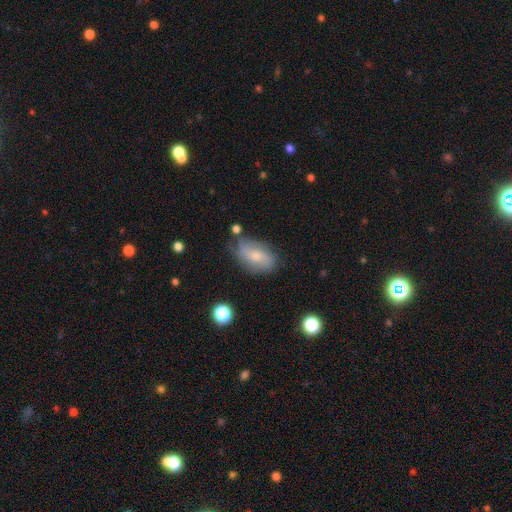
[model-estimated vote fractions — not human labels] A smooth galaxy with no disk features (46%).

Vote fractions:
- Smooth or featured? smooth: 46% / featured or disk: 45% / star or artifact: 8%
- Merging? none: 59% / minor disturbance: 27% / major disturbance: 9% / merger: 4%